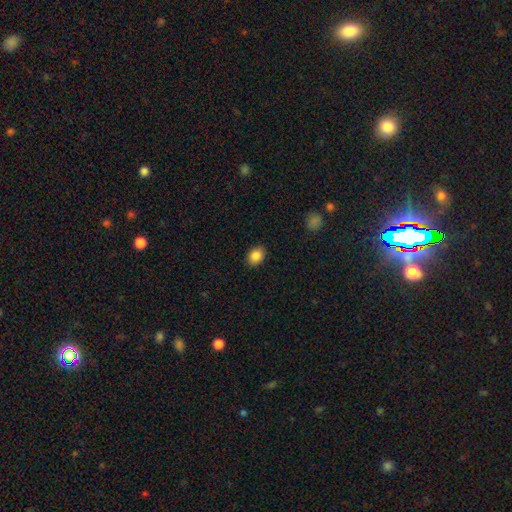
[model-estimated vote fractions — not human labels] A smooth galaxy with no disk features (86%) that is in between round and cigar-shaped (69%).

Vote fractions:
- Smooth or featured? smooth: 86% / star or artifact: 9% / featured or disk: 5%
- How rounded? in between: 69% / round: 30% / cigar-shaped: 1%
- Merging? none: 89% / minor disturbance: 8% / major disturbance: 2% / merger: 1%